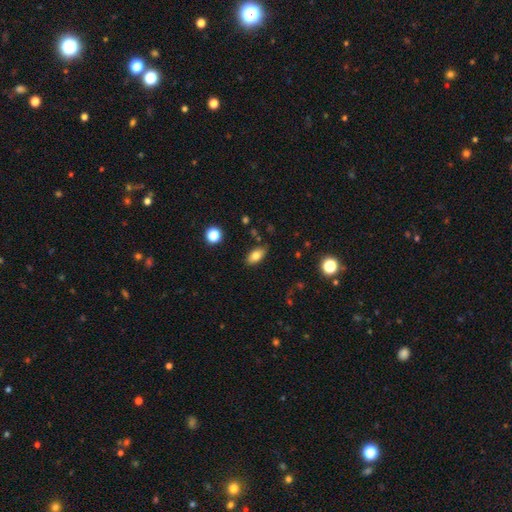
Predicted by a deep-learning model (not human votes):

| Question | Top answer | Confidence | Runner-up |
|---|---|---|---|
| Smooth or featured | smooth | 78% | featured or disk (13%) |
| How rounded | in between | 88% | cigar-shaped (6%) |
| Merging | none | 83% | minor disturbance (13%) |